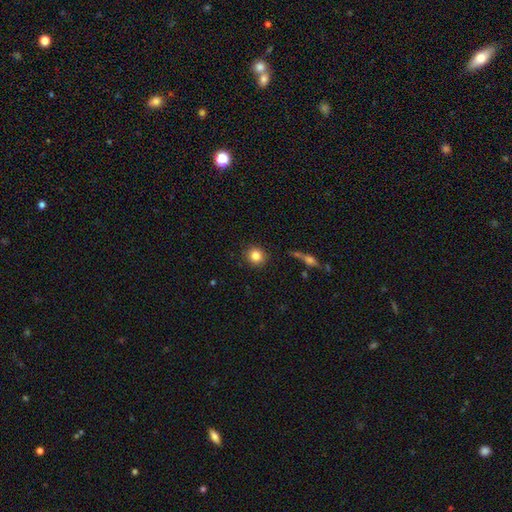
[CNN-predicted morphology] smooth 83%, star or artifact 10%, featured or disk 7%. Down the decision tree: how rounded — round (89%); merging — none (89%).